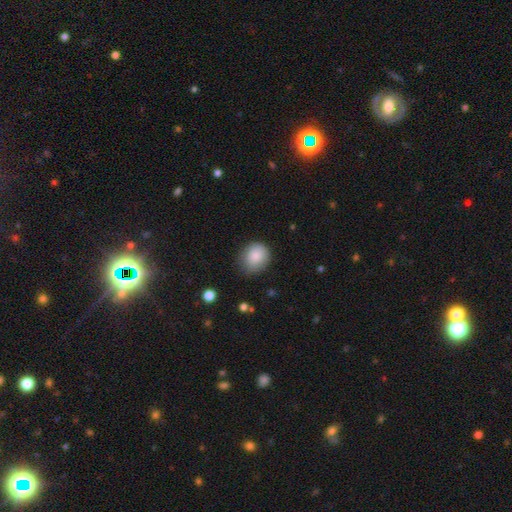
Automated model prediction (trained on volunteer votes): smooth_or_featured: smooth (p=0.85) [alt: star or artifact p=0.08]
how_rounded: round (p=0.71) [alt: in between p=0.28]
merging: none (p=0.69) [alt: minor disturbance p=0.24]